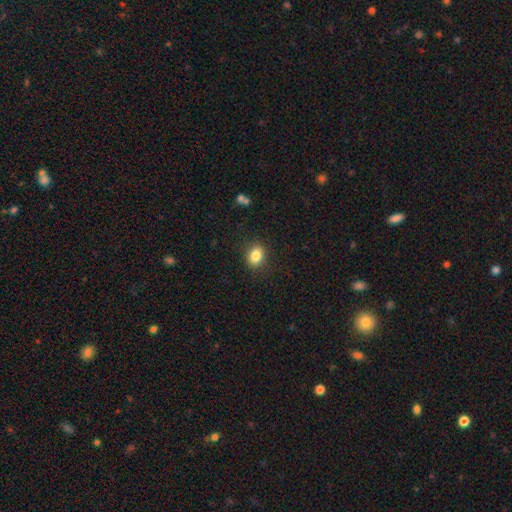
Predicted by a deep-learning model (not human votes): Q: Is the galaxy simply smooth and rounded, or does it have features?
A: smooth — 84%.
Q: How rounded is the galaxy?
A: in between — 58%.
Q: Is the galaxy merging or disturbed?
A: none — 87%.